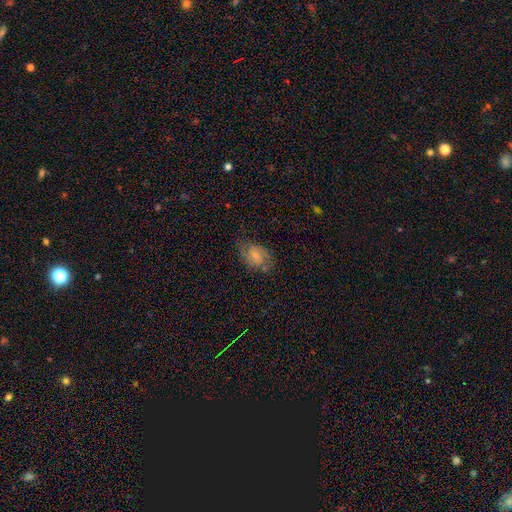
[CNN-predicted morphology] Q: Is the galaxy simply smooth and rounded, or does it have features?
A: featured or disk — 51%.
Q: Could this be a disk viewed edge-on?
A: no — 96%.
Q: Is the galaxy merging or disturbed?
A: none — 63%.